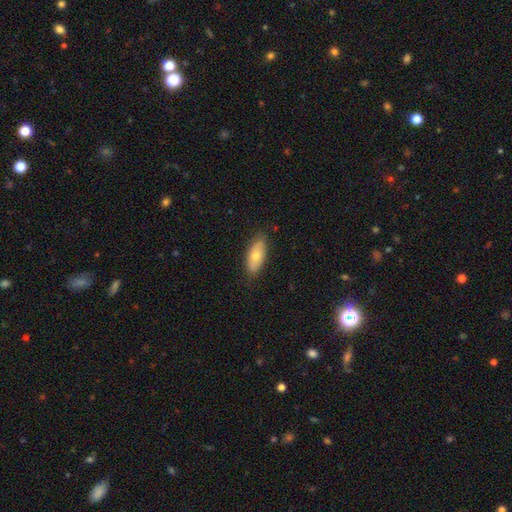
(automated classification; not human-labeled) A smooth galaxy with no disk features (67%) that is in between round and cigar-shaped (84%).

Vote fractions:
- Smooth or featured? smooth: 67% / featured or disk: 27% / star or artifact: 6%
- How rounded? in between: 84% / cigar-shaped: 13% / round: 3%
- Merging? none: 82% / minor disturbance: 14% / major disturbance: 3% / merger: 1%